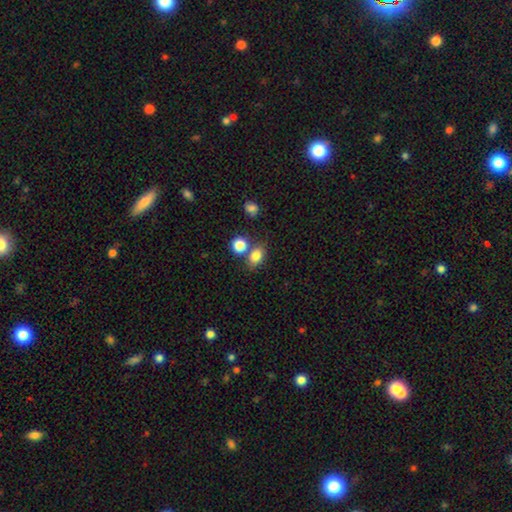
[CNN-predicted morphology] This is clearly a smooth galaxy (81%). How rounded: likely in between (66%). Merging: likely none (61%).